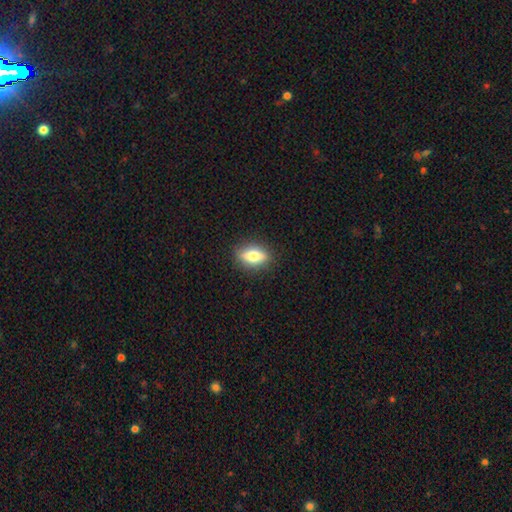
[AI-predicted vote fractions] This appears to be a smooth galaxy with no disk features (63%) that is in between round and cigar-shaped (73%). Merging: none (87%).